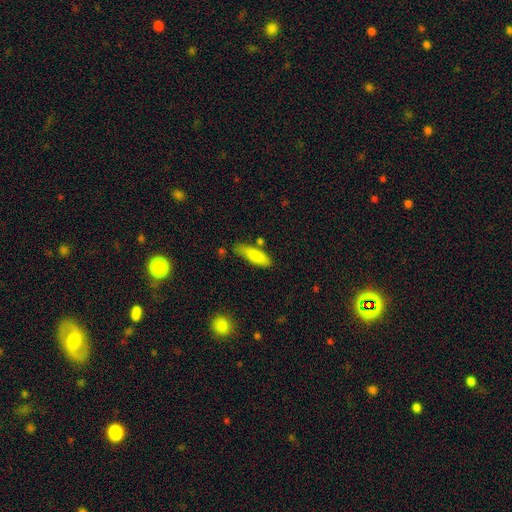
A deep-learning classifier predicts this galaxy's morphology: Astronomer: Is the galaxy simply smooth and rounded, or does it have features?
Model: smooth — 83%.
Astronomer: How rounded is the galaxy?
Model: cigar-shaped — 50% (runner-up: in between, 48%).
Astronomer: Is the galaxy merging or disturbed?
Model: none — 63%.